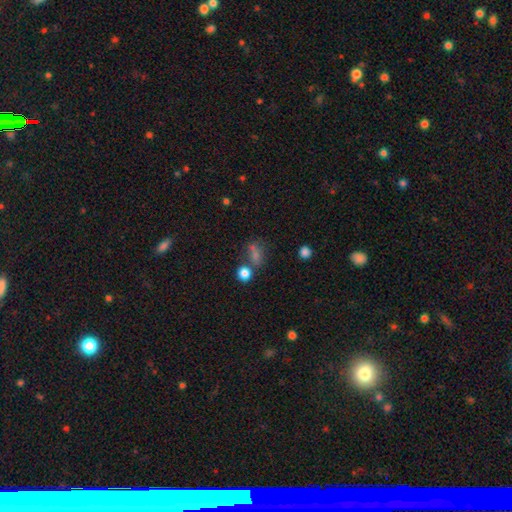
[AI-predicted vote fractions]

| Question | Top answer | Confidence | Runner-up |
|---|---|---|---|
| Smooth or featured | smooth | 60% | star or artifact (28%) |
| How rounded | in between | 54% | round (36%) |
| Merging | none | 53% | merger (20%) |